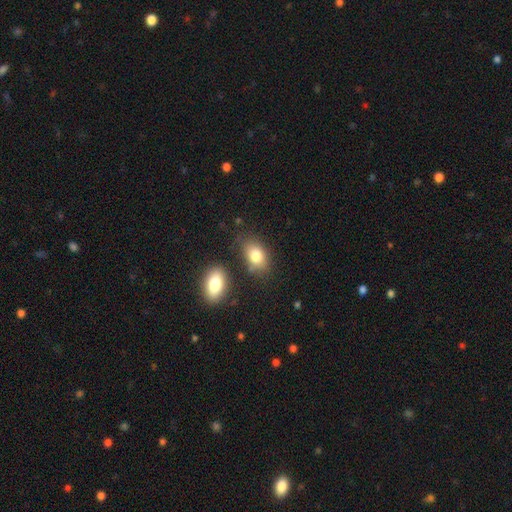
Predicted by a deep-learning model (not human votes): This is clearly a smooth galaxy (81%). How rounded: clearly in between (85%). Merging: likely none (69%).